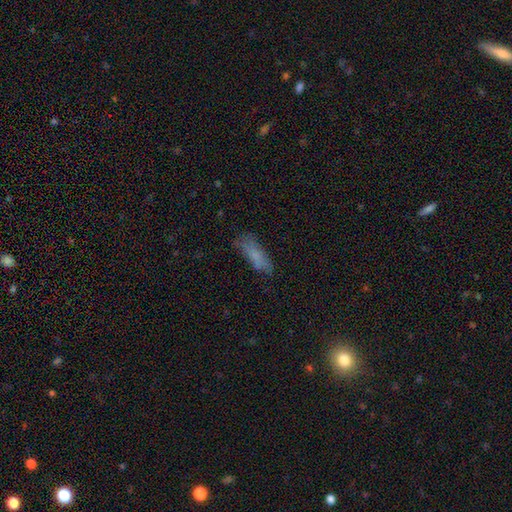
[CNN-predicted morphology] Smooth or featured?
  - smooth: 71% *
  - featured or disk: 19%
  - star or artifact: 10%
How rounded?
  - cigar-shaped: 50% *
  - in between: 48%
  - round: 2%
Merging?
  - none: 63% *
  - minor disturbance: 25%
  - major disturbance: 10%
  - merger: 2%